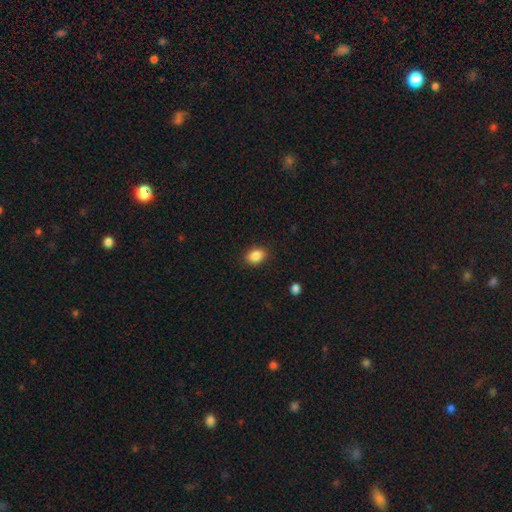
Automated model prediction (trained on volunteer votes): Morphology: type=smooth (87%); roundness=in between (71%); merging=none (87%).